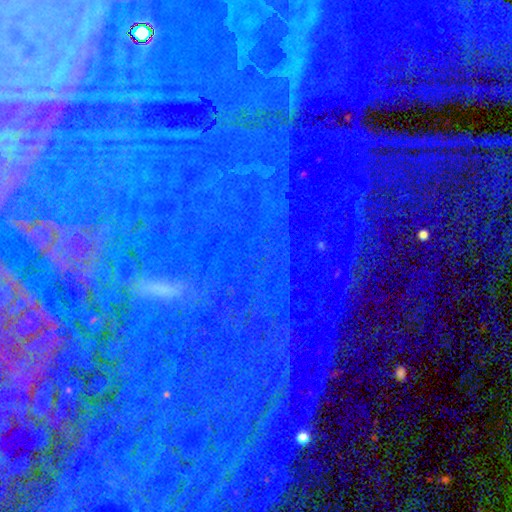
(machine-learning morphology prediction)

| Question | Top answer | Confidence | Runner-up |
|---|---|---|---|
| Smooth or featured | star or artifact | 79% | featured or disk (12%) |